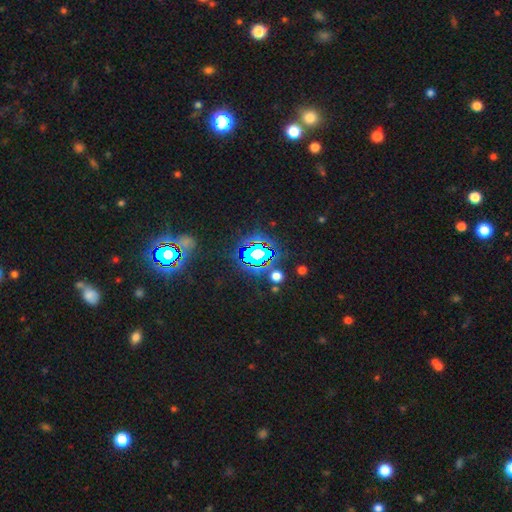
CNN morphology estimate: smooth-or-featured: star or artifact: 71% | smooth: 17% | featured or disk: 12%